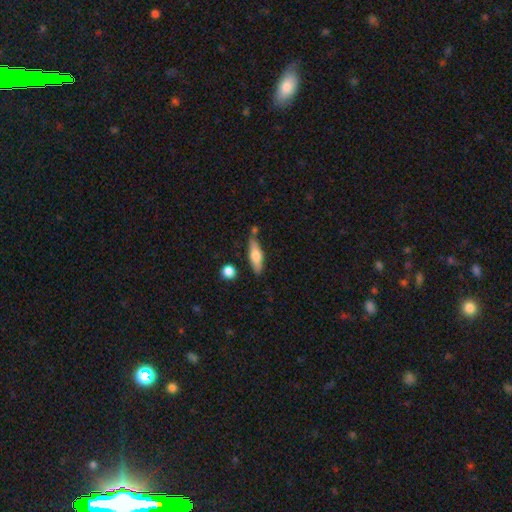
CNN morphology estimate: smooth 63%, featured or disk 31%, star or artifact 6%. Down the decision tree: how rounded — cigar-shaped (55%); merging — none (75%).